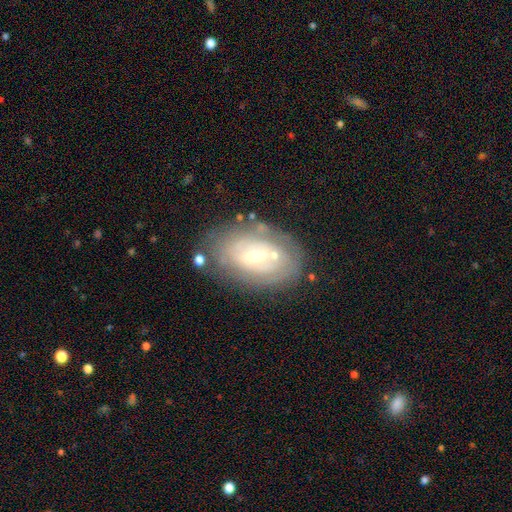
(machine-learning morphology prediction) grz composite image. It shows a featured or disk galaxy (71%) with a weak bar (43%), spiral arms (59%) and a small central bulge (58%). Merging: none (67%).